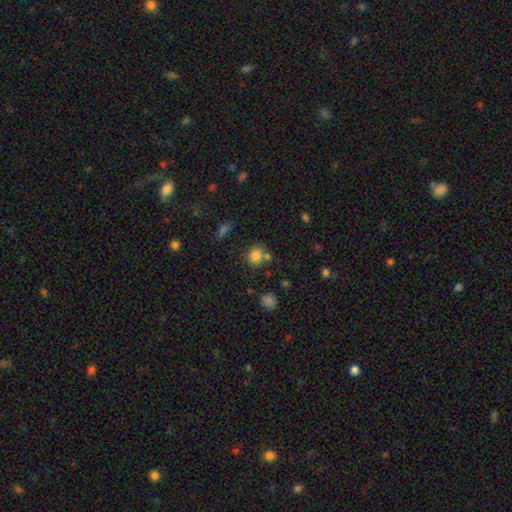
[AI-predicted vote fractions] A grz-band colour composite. It shows a smooth galaxy with no disk features (80%) that is round (68%). Merging: none (63%).